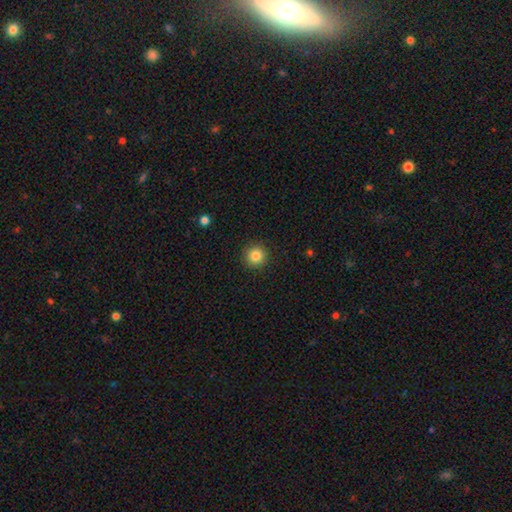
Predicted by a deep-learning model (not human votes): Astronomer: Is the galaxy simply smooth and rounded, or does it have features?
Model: smooth — 84%.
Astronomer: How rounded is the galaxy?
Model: round — 95%.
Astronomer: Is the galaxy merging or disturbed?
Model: none — 92%.